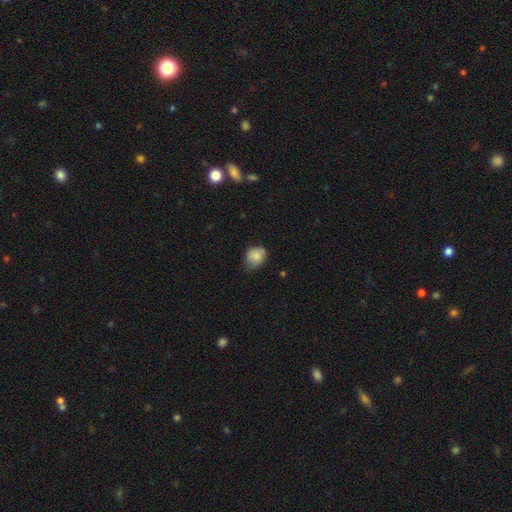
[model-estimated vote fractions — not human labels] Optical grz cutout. It shows a smooth galaxy with no disk features (80%) that is round (54%). Merging: none (48%).